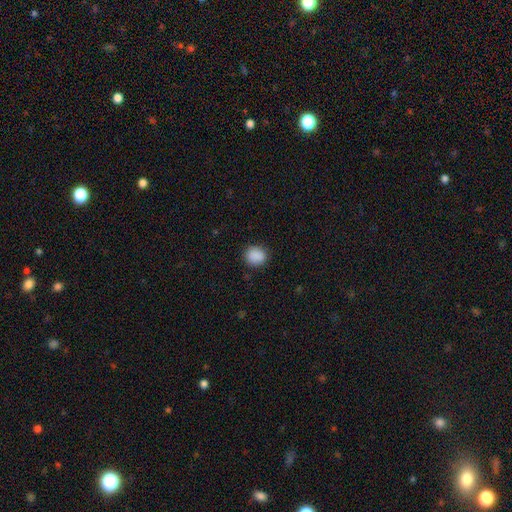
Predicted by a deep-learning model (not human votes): Smooth or featured? smooth (89%)
How rounded? round (67%)
Merging? none (88%)